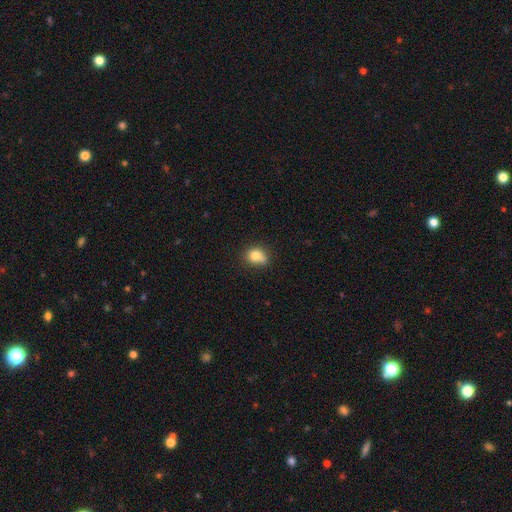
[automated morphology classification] The model was most divided on "how rounded": round: 52%, in between: 46%, cigar-shaped: 1%. More confident: smooth or featured — smooth (80%); merging — none (53%).